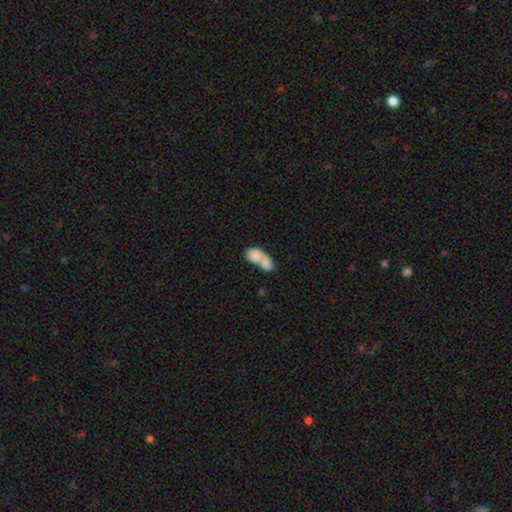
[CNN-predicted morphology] Smooth or featured: smooth — 81% (featured or disk — 13%)
How rounded: in between — 78% (round — 20%)
Merging: merger — 77% (none — 13%)